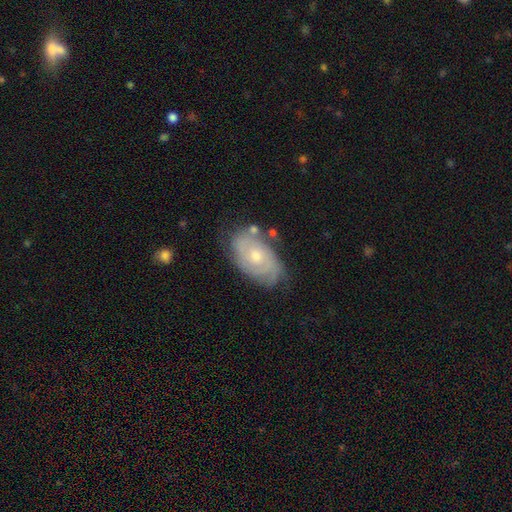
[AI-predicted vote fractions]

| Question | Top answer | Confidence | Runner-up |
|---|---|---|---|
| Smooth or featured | featured or disk | 75% | smooth (19%) |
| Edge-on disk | no | 95% | yes (5%) |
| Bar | no | 76% | weak (21%) |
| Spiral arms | yes | 88% | no (12%) |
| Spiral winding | tight | 66% | medium (26%) |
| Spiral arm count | can't tell | 40% | 2 (34%) |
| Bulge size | moderate | 54% | small (42%) |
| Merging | none | 68% | minor disturbance (22%) |